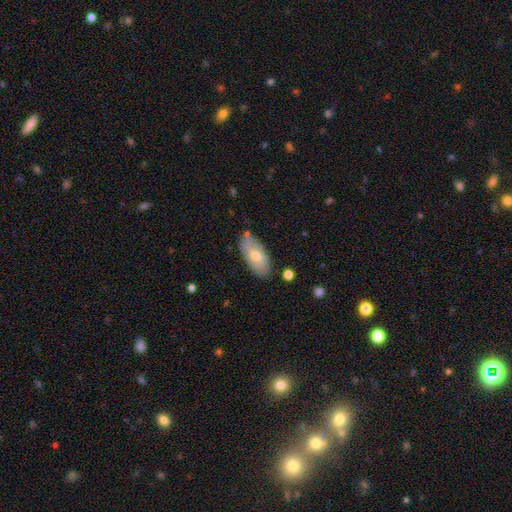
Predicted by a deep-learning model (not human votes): Smooth or featured? smooth (52%)
How rounded? in between (91%)
Merging? none (78%)